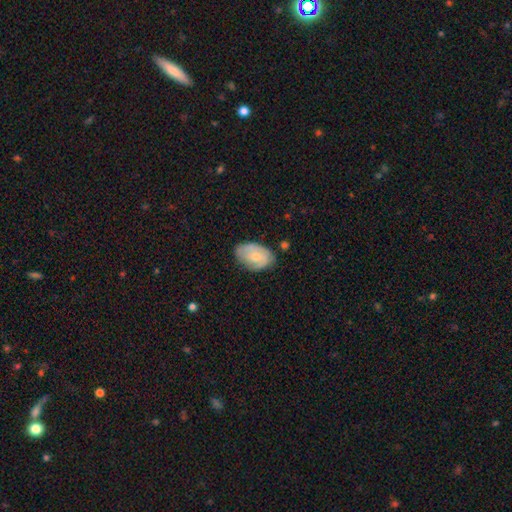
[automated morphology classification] Overall: smooth (60%; featured or disk 34%). How rounded: in between (88%). Merging: none (64%; minor disturbance 28%).